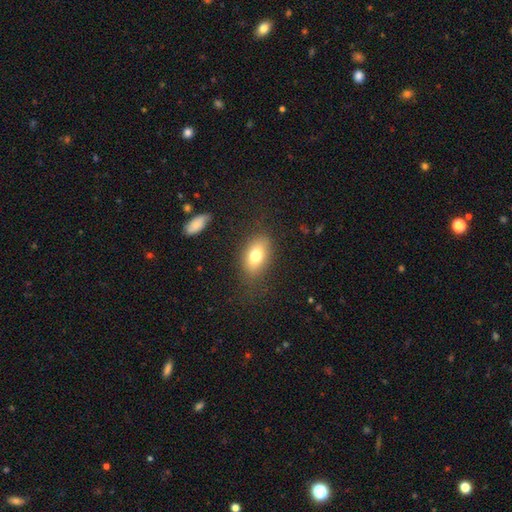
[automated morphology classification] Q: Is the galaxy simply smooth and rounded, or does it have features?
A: smooth — 75%.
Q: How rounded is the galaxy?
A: in between — 86%.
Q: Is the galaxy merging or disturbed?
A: none — 79%.